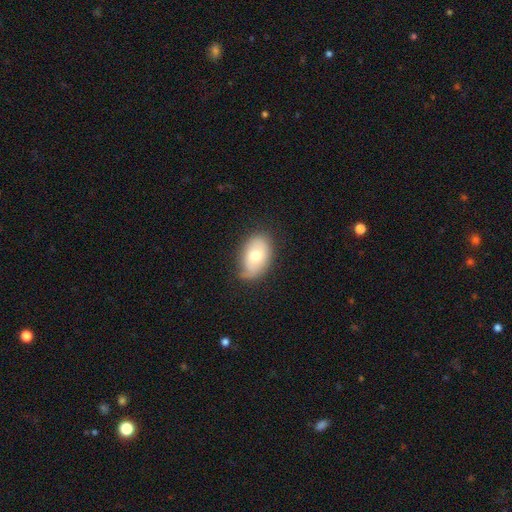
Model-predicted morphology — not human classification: smooth_or_featured: smooth (p=0.67) [alt: featured or disk p=0.26]
how_rounded: in between (p=0.89) [alt: round p=0.10]
merging: none (p=0.67) [alt: minor disturbance p=0.26]